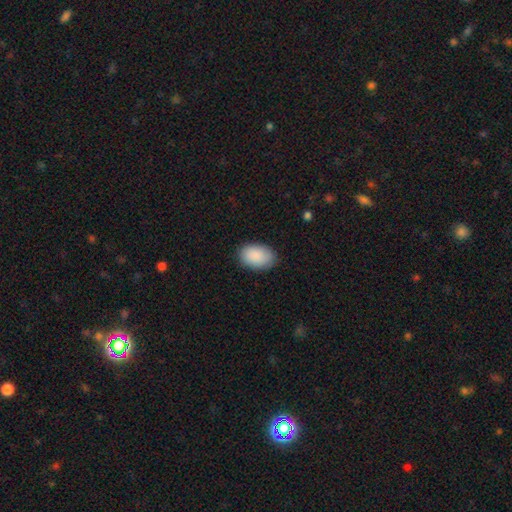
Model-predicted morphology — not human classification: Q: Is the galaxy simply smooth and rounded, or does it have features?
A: smooth — 90%.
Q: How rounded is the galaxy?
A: in between — 90%.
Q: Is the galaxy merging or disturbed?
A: none — 85%.